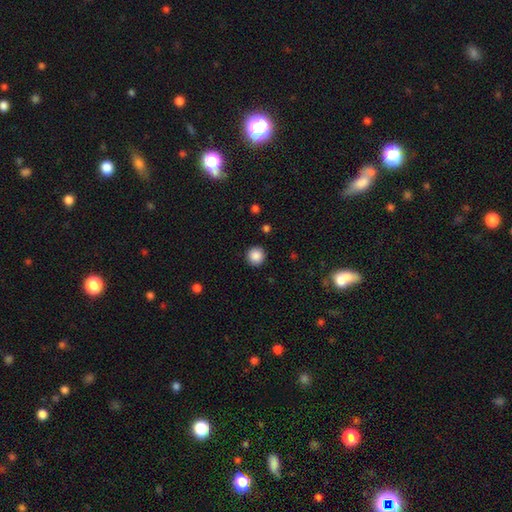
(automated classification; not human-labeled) Morphology: type=smooth (87%); roundness=round (95%); merging=none (91%).